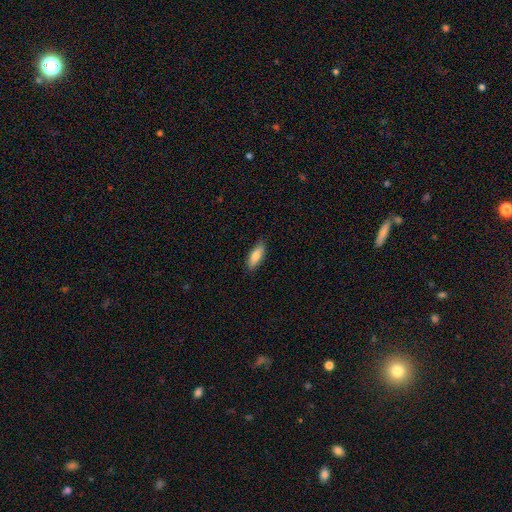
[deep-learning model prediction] smooth-or-featured: smooth: 79% | featured or disk: 15% | star or artifact: 6%
  how-rounded: in between: 62% | cigar-shaped: 36% | round: 2%
  merging: none: 86% | minor disturbance: 11% | major disturbance: 2% | merger: 1%